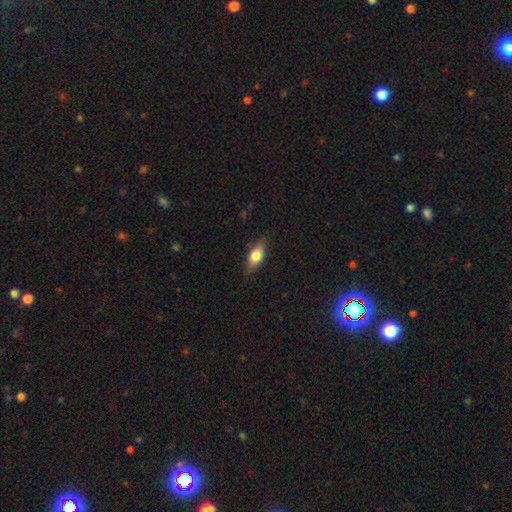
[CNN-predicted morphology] smooth_or_featured: smooth (p=0.76) [alt: featured or disk p=0.17]
how_rounded: in between (p=0.82) [alt: cigar-shaped p=0.13]
merging: none (p=0.82) [alt: minor disturbance p=0.14]